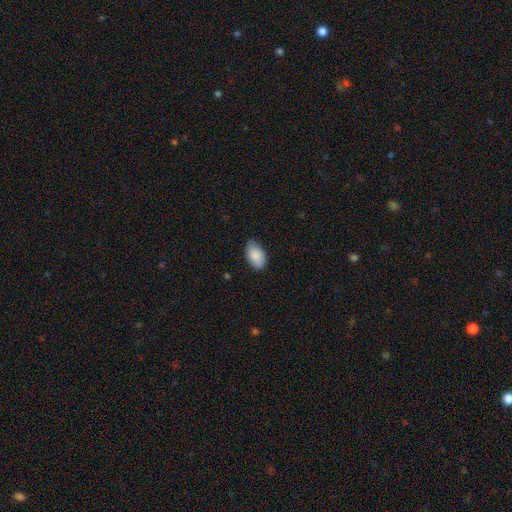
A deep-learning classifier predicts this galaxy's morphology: Overall: smooth (89%). How rounded: in between (94%). Merging: none (81%).